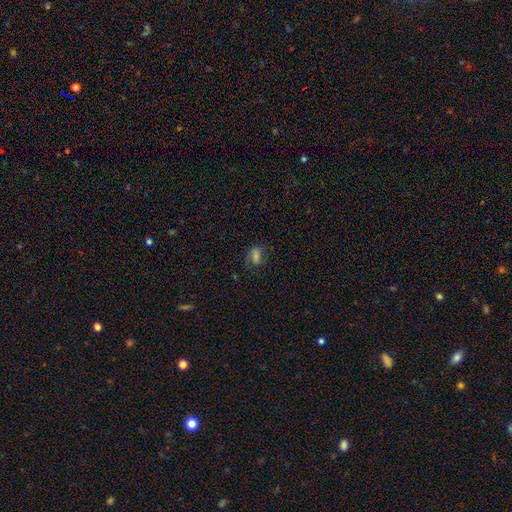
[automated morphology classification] This appears to be a smooth galaxy with no disk features (61%) that is in between round and cigar-shaped (77%). Merging: none (68%).